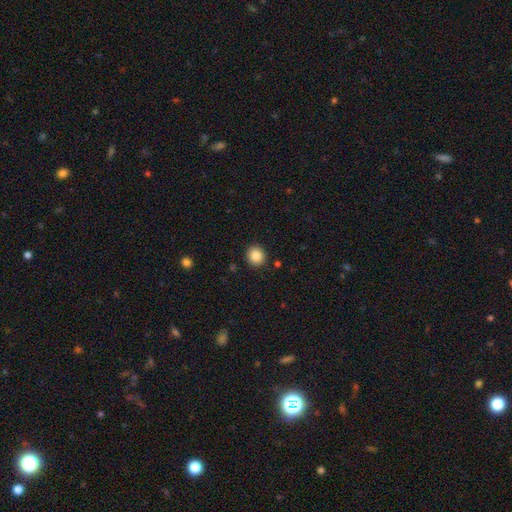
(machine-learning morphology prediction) smooth-or-featured: smooth: 86% | star or artifact: 9% | featured or disk: 4%
  how-rounded: round: 84% | in between: 15% | cigar-shaped: 1%
  merging: none: 91% | minor disturbance: 6% | major disturbance: 2% | merger: 1%